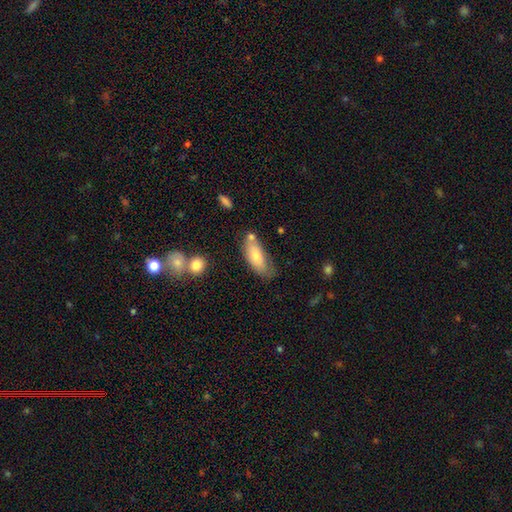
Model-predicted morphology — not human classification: Smooth or featured? Predicted: smooth (p=0.73). How rounded? Predicted: in between (p=0.79). Merging? Predicted: none (p=0.54).